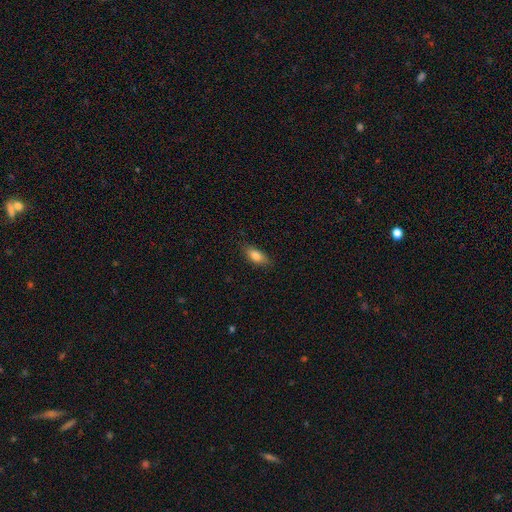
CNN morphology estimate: Smooth or featured: smooth — 81% (featured or disk — 12%)
How rounded: in between — 80% (cigar-shaped — 17%)
Merging: none — 82% (minor disturbance — 14%)